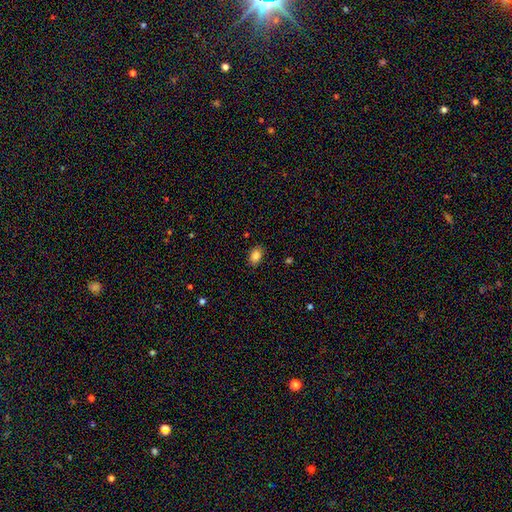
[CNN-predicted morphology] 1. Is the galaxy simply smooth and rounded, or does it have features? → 86% smooth, 9% star or artifact, 5% featured or disk.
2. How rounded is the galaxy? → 80% in between, 18% round, 1% cigar-shaped.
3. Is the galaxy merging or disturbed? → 84% none, 12% minor disturbance, 3% major disturbance, 1% merger.